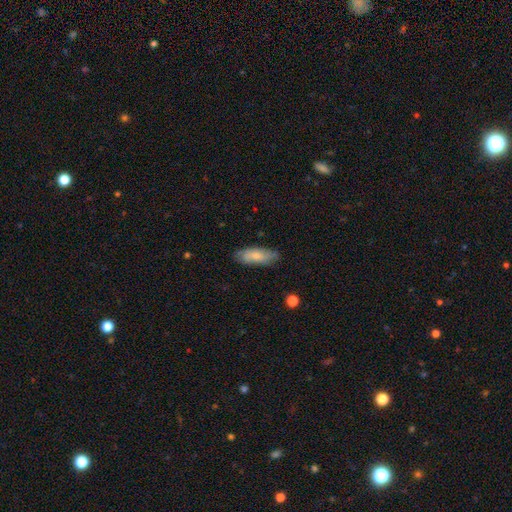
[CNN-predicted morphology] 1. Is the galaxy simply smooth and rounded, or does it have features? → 69% smooth, 25% featured or disk, 6% star or artifact.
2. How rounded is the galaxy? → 72% in between, 26% cigar-shaped, 2% round.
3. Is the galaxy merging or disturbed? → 77% none, 18% minor disturbance, 4% major disturbance, 1% merger.